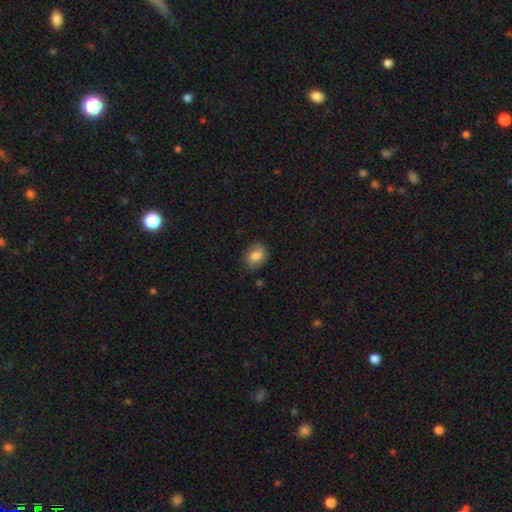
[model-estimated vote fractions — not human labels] Smooth or featured? smooth (77%)
How rounded? in between (57%)
Merging? none (75%)